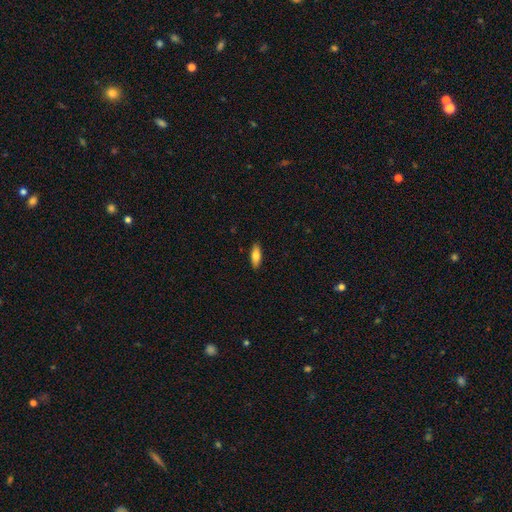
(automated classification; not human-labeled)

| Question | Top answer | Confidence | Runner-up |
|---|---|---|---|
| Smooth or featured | smooth | 81% | featured or disk (12%) |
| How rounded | in between | 70% | cigar-shaped (28%) |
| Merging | none | 89% | minor disturbance (8%) |